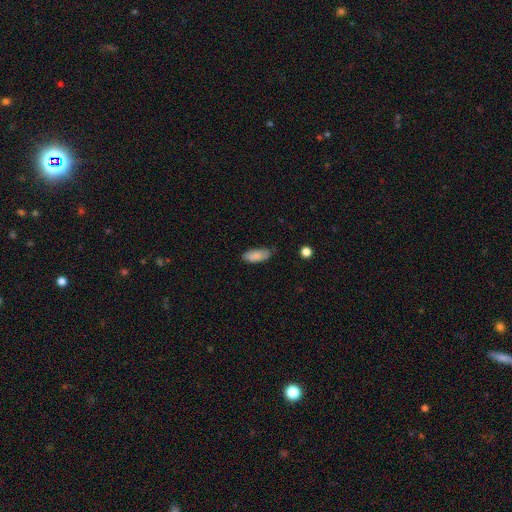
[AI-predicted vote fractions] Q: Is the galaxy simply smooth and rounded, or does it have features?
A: smooth — 85%.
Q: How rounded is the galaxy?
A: in between — 84%.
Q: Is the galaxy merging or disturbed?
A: none — 68%.